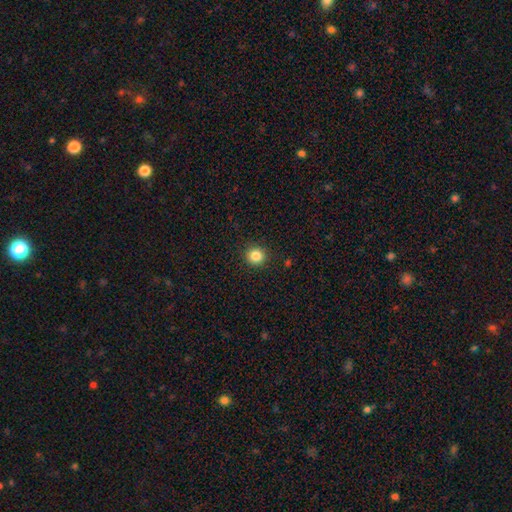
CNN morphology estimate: Overall: smooth (84%). How rounded: round (94%). Merging: none (92%).